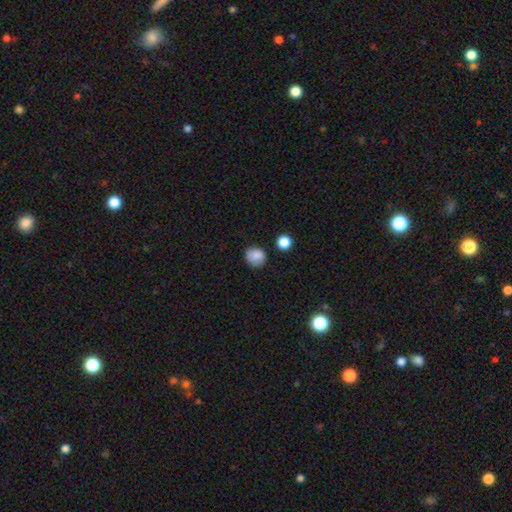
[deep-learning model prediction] This appears to be a smooth galaxy with no disk features (86%) that is round (76%). Merging: none (75%).